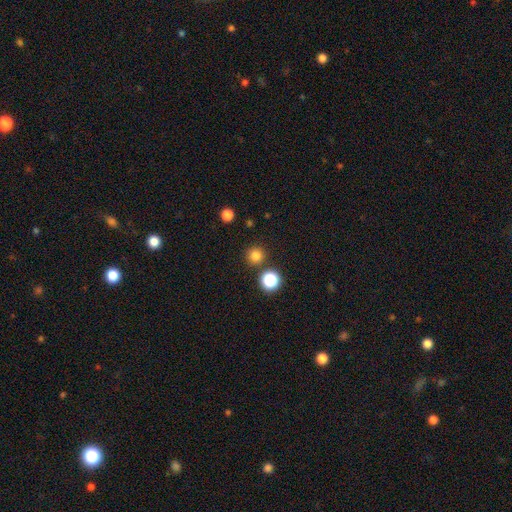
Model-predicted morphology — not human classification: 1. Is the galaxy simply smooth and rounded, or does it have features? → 79% smooth, 16% star or artifact, 4% featured or disk.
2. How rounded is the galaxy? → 95% round, 4% in between, 1% cigar-shaped.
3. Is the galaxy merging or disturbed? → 88% none, 5% minor disturbance, 5% merger, 2% major disturbance.